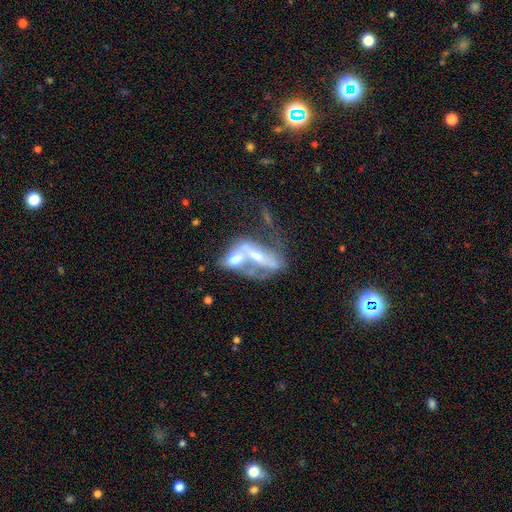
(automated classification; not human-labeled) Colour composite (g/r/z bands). It shows a featured or disk galaxy (72%) with no bar (40%), spiral arms (55%) and a moderate central bulge (53%). Merging: merger (66%).